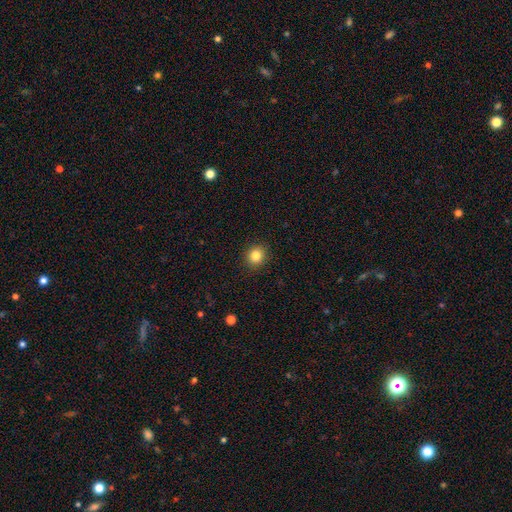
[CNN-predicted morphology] Q: Smooth or featured?
A: smooth (83%); runner-up: star or artifact (11%)
Q: How rounded?
A: round (83%); runner-up: in between (16%)
Q: Merging?
A: none (92%); runner-up: minor disturbance (6%)